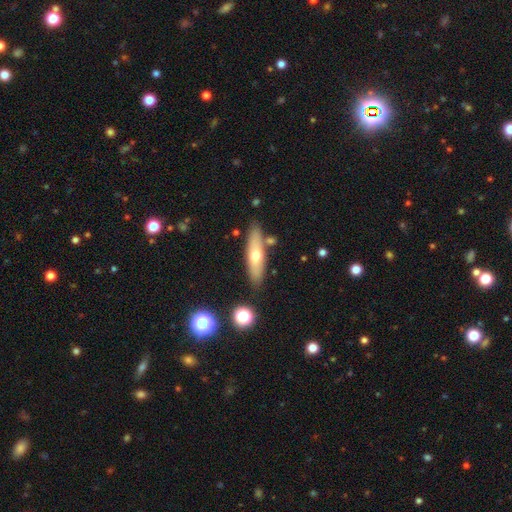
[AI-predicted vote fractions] A smooth galaxy with no disk features (52%) that is cigar-shaped (66%). Merging: none (81%).